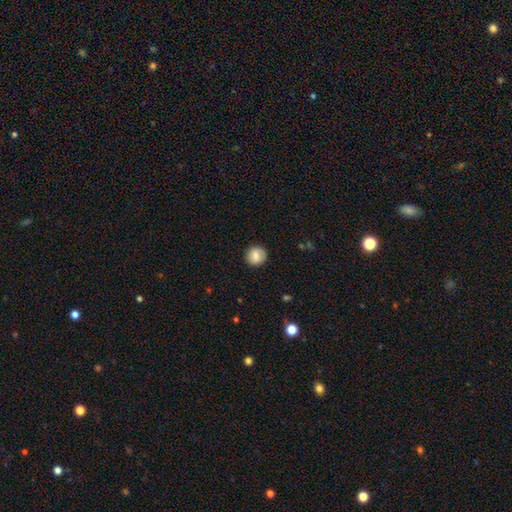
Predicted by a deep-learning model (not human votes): Smooth or featured? smooth (79%)
How rounded? round (90%)
Merging? none (88%)